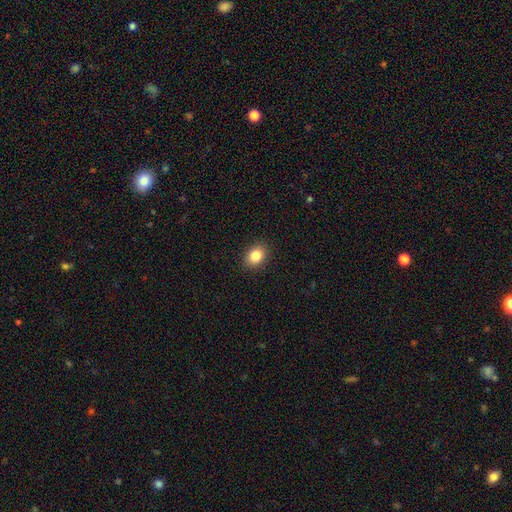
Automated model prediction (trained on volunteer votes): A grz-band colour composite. It shows a smooth galaxy with no disk features (85%) that is in between round and cigar-shaped (65%). Merging: none (90%).